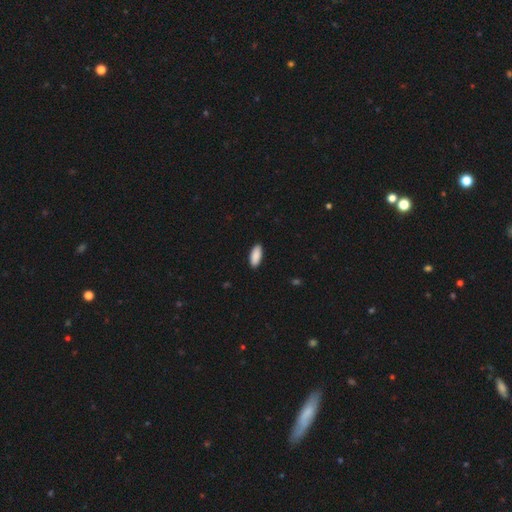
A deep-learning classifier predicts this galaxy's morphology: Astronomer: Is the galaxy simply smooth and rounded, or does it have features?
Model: smooth — 91%.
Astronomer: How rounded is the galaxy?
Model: in between — 84%.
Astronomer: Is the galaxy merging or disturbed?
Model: none — 91%.